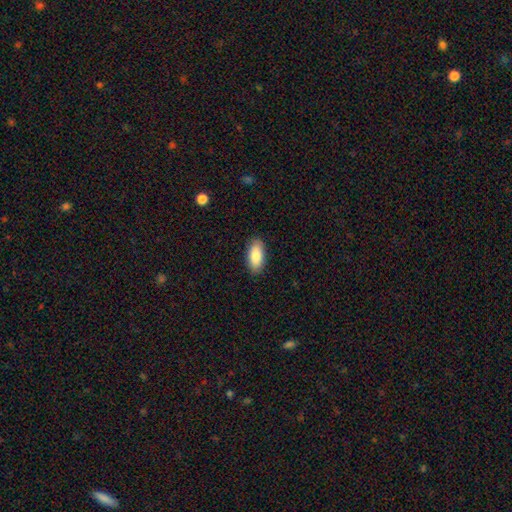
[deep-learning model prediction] Q: Smooth or featured?
A: smooth (86%); runner-up: featured or disk (8%)
Q: How rounded?
A: in between (90%); runner-up: cigar-shaped (7%)
Q: Merging?
A: none (88%); runner-up: minor disturbance (9%)